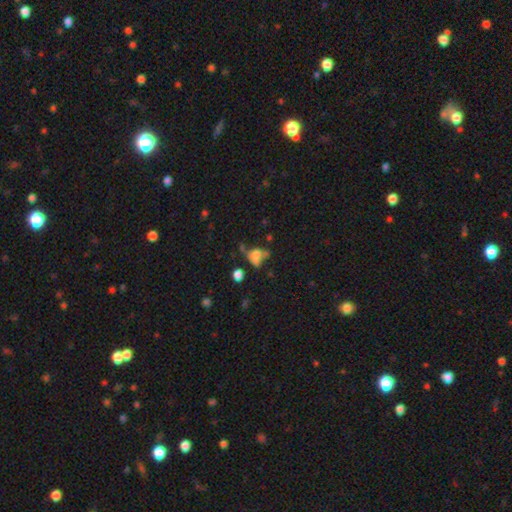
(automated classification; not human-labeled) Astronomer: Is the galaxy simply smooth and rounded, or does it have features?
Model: smooth — 61%.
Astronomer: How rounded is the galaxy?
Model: in between — 63%.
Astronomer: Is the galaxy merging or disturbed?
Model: none — 31% (runner-up: merger, 27%).